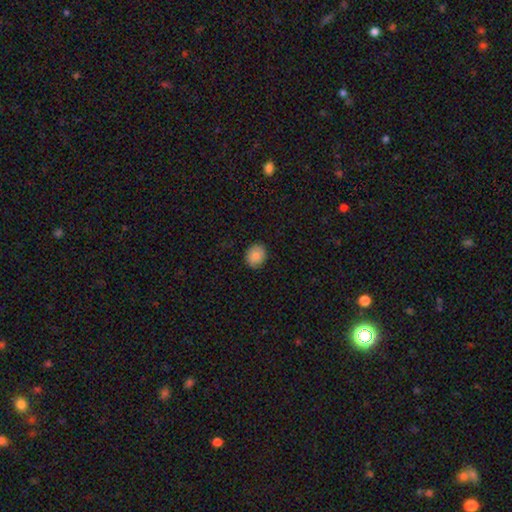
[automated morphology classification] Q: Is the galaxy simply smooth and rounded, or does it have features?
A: smooth — 85%.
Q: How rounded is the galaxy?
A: round — 62%.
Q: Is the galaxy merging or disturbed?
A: none — 87%.